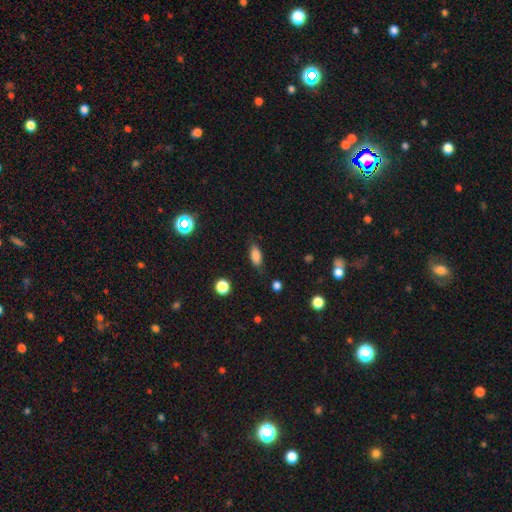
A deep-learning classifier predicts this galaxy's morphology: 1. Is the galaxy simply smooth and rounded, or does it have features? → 82% smooth, 10% star or artifact, 9% featured or disk.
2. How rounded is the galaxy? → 81% in between, 14% cigar-shaped, 5% round.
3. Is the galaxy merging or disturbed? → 80% none, 15% minor disturbance, 4% major disturbance, 1% merger.